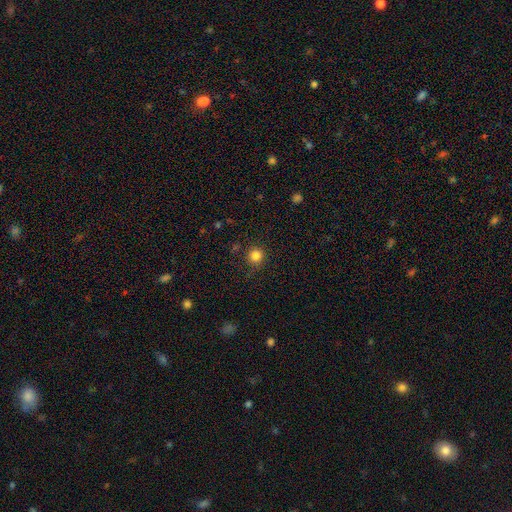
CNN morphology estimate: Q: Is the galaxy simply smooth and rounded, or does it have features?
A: smooth — 83%.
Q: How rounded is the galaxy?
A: round — 93%.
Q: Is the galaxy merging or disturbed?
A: none — 86%.